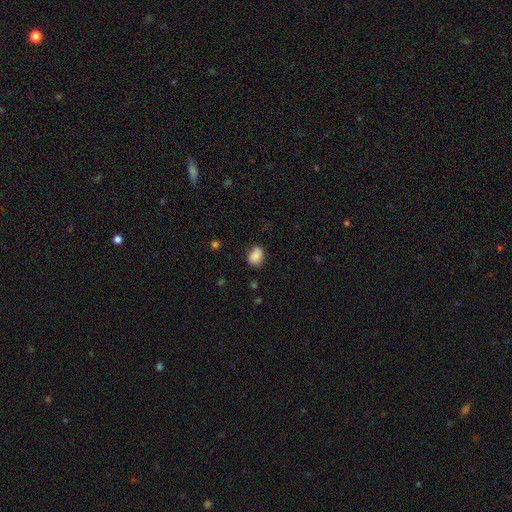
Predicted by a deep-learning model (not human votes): Morphology: type=smooth (86%); roundness=in between (72%); merging=none (75%).